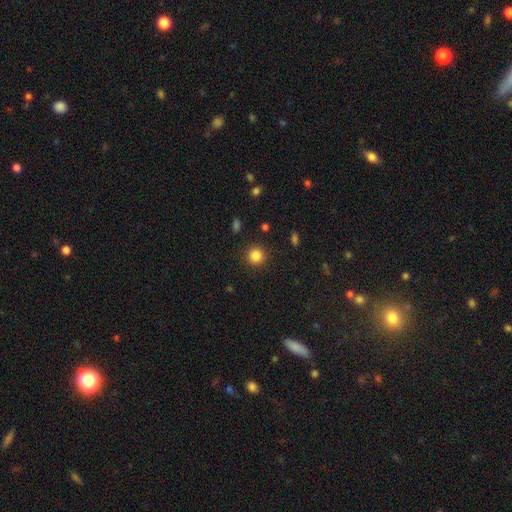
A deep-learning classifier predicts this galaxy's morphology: This is clearly a smooth galaxy (85%). How rounded: clearly round (93%). Merging: clearly none (91%).